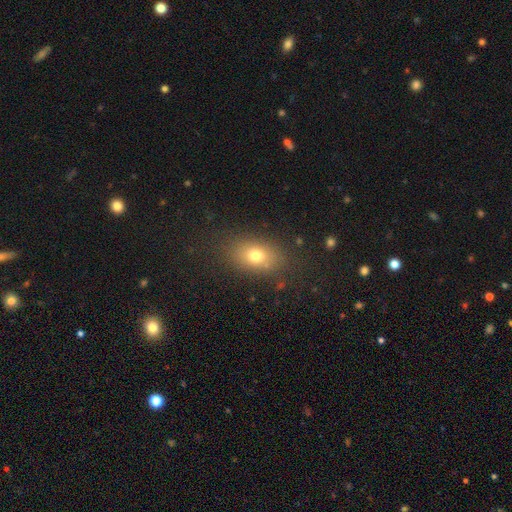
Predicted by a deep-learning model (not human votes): smooth_or_featured: smooth (p=0.75) [alt: featured or disk p=0.13]
how_rounded: in between (p=0.76) [alt: round p=0.21]
merging: none (p=0.81) [alt: minor disturbance p=0.12]